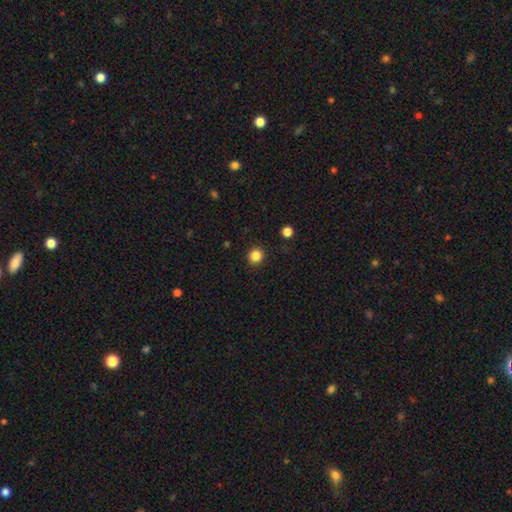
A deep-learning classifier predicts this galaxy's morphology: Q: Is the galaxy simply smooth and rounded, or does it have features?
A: smooth — 85%.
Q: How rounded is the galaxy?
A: round — 90%.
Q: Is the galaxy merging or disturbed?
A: none — 91%.